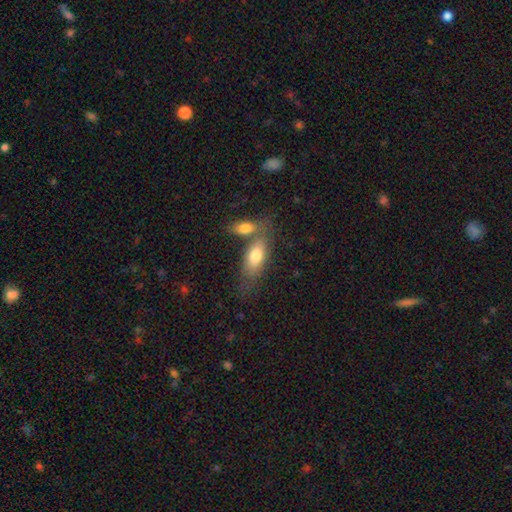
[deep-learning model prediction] A smooth galaxy with no disk features (74%) that is in between round and cigar-shaped (82%). Merging: none (42%).